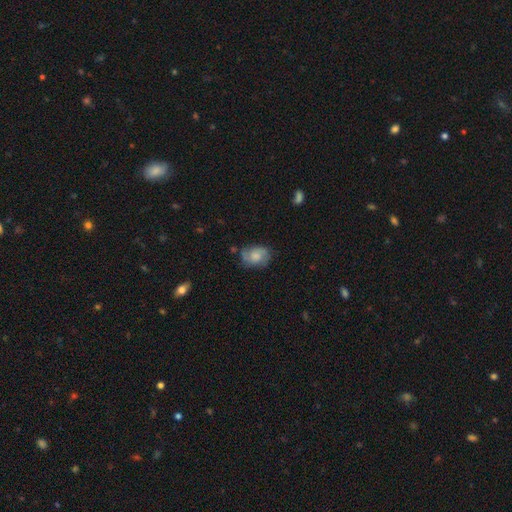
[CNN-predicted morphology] Smooth or featured? smooth (51%)
How rounded? in between (67%)
Merging? none (62%)